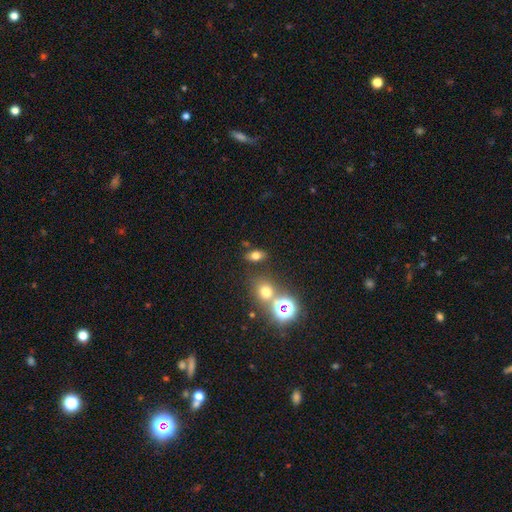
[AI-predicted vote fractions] smooth-or-featured: smooth: 67% | star or artifact: 20% | featured or disk: 12%
  how-rounded: in between: 75% | round: 20% | cigar-shaped: 5%
  merging: none: 77% | minor disturbance: 11% | merger: 9% | major disturbance: 4%